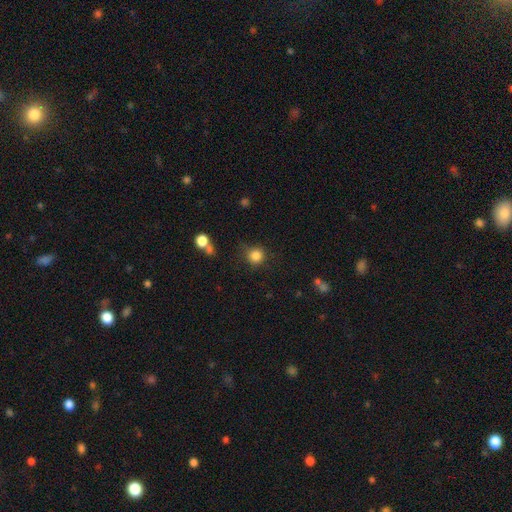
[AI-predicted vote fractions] A smooth galaxy with no disk features (84%) that is round (93%). Merging: none (81%).